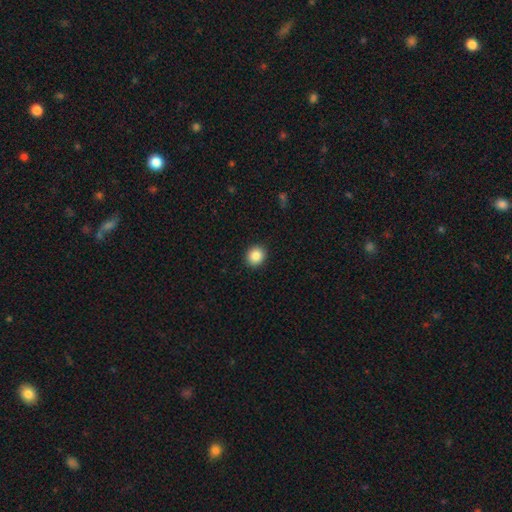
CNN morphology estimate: The model was most divided on "how rounded": round: 81%, in between: 18%, cigar-shaped: 1%. More confident: merging — none (92%); smooth or featured — smooth (87%).